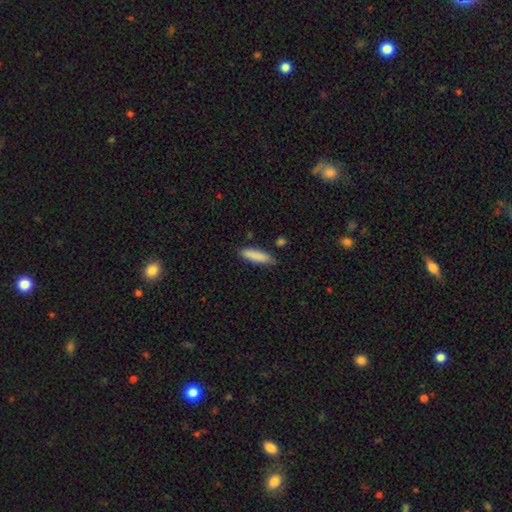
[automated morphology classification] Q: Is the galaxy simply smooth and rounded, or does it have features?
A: smooth — 86%.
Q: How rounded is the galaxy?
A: cigar-shaped — 69%.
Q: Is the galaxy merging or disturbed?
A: none — 80%.